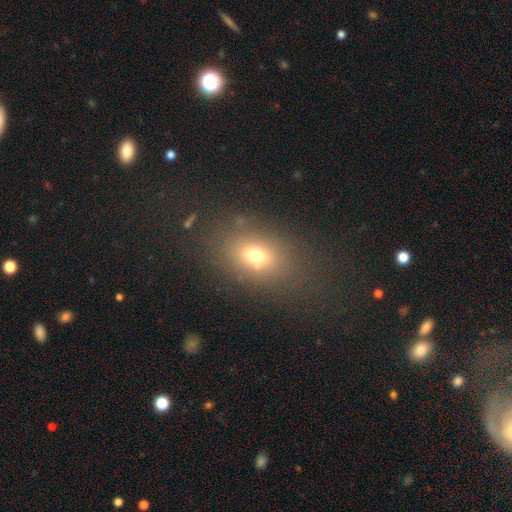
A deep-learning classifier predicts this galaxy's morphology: Smooth or featured?
  - smooth: 70% *
  - star or artifact: 16%
  - featured or disk: 14%
How rounded?
  - in between: 74% *
  - round: 23%
  - cigar-shaped: 2%
Merging?
  - none: 75% *
  - minor disturbance: 13%
  - major disturbance: 8%
  - merger: 4%